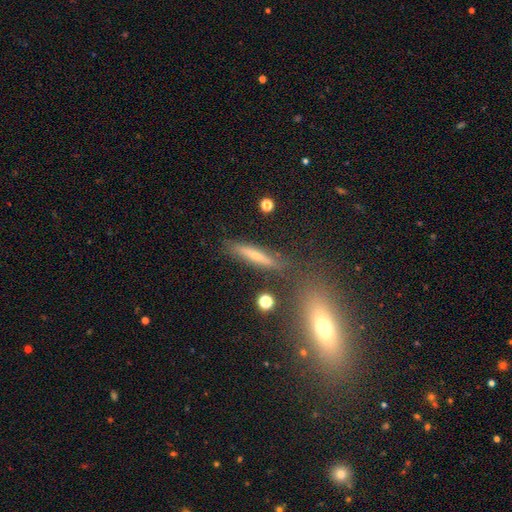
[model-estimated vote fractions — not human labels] Smooth or featured? Predicted: smooth (p=0.52). How rounded? Predicted: cigar-shaped (p=0.85). Merging? Predicted: none (p=0.78).